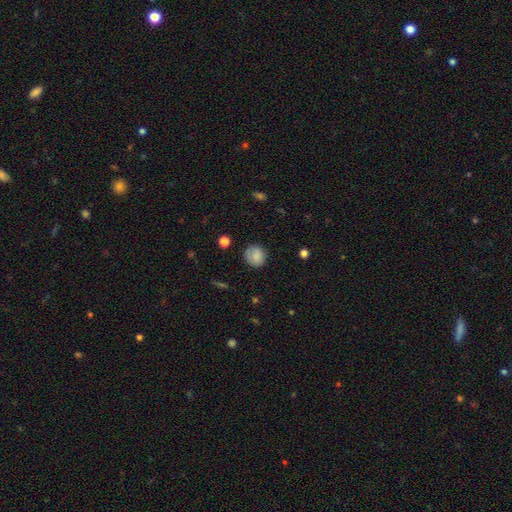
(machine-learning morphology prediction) type=smooth (85%); roundness=round (87%); merging=none (82%).